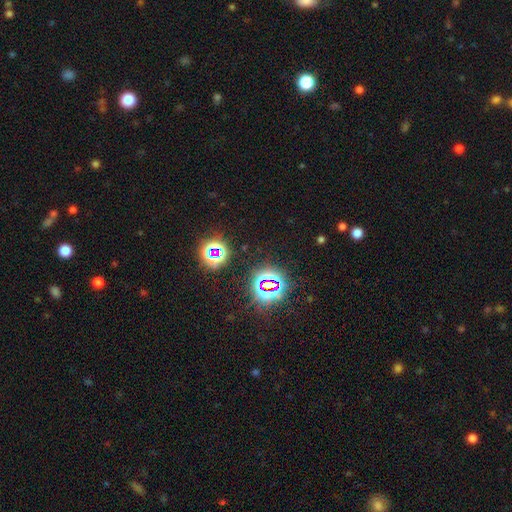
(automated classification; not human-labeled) Smooth or featured: star or artifact — 75% (smooth — 18%)